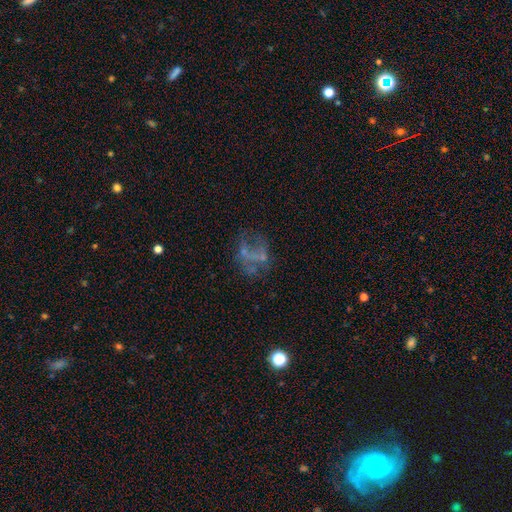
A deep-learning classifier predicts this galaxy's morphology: Smooth or featured?
  - featured or disk: 50% *
  - smooth: 28%
  - star or artifact: 22%
Merging?
  - none: 39% *
  - major disturbance: 33%
  - minor disturbance: 16%
  - merger: 12%